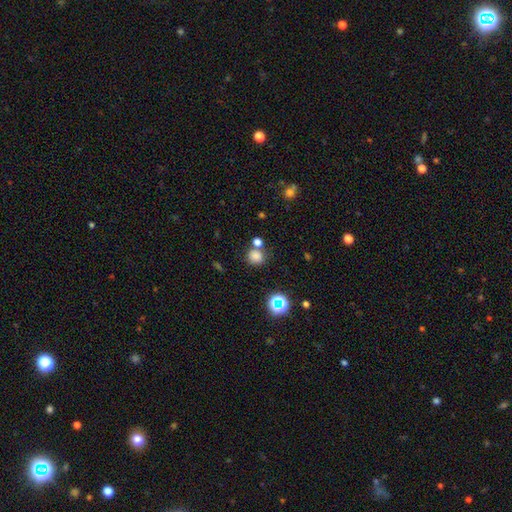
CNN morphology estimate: Smooth or featured? smooth (76%)
How rounded? round (77%)
Merging? none (66%)